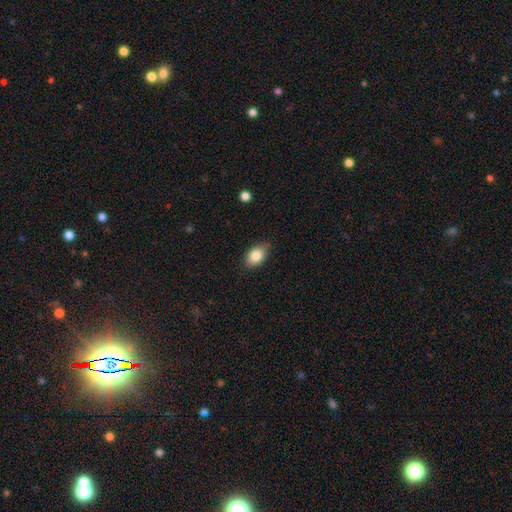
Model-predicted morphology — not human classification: smooth 82%, featured or disk 10%, star or artifact 8%. Down the decision tree: how rounded — in between (86%); merging — none (81%).